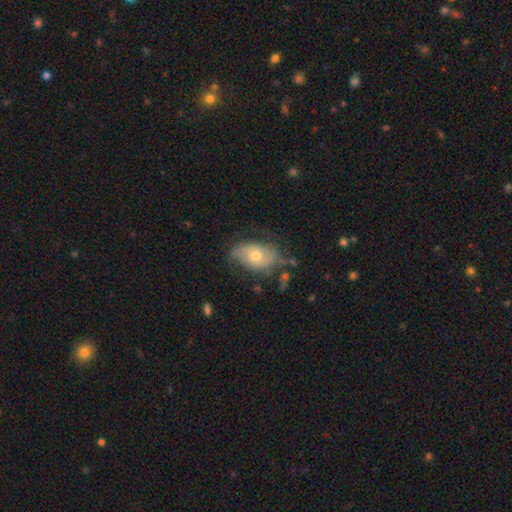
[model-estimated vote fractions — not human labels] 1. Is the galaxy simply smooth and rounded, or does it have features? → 51% featured or disk, 41% smooth, 8% star or artifact.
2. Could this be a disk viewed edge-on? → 94% no, 6% yes.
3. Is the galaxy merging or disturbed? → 56% none, 28% minor disturbance, 13% major disturbance, 2% merger.